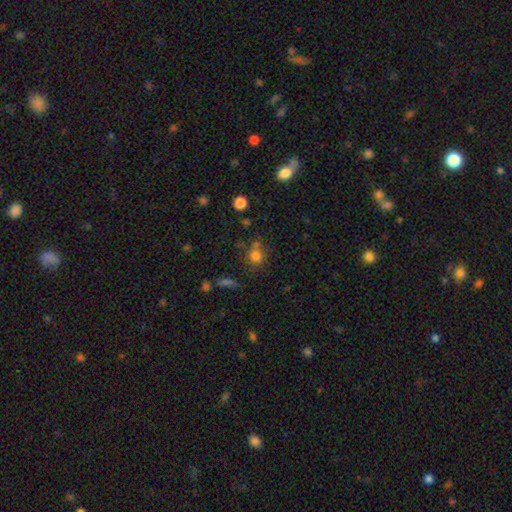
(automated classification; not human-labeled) smooth-or-featured: smooth: 77% | star or artifact: 15% | featured or disk: 8%
  how-rounded: round: 86% | in between: 13% | cigar-shaped: 1%
  merging: none: 67% | merger: 14% | minor disturbance: 13% | major disturbance: 5%